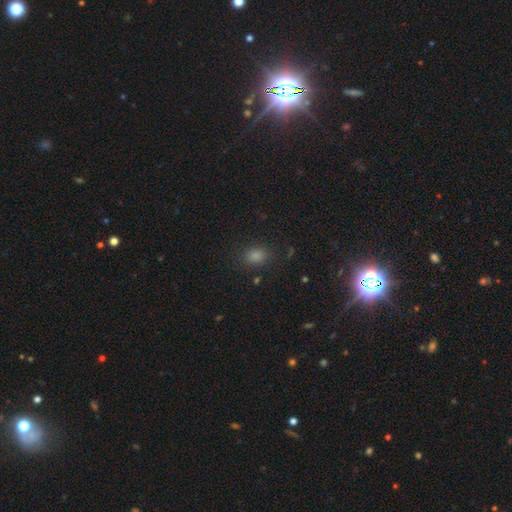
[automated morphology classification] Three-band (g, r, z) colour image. It shows a smooth galaxy with no disk features (67%) that is in between round and cigar-shaped (62%). Merging: none (84%).